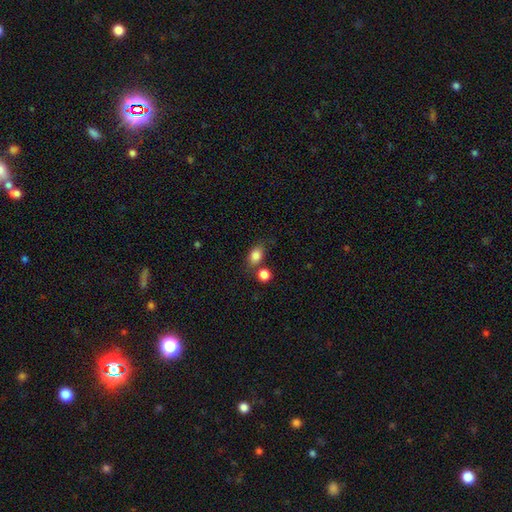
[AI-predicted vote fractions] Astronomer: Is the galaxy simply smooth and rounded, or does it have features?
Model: smooth — 84%.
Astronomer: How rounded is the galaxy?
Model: in between — 70%.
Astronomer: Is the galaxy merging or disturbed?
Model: none — 65%.